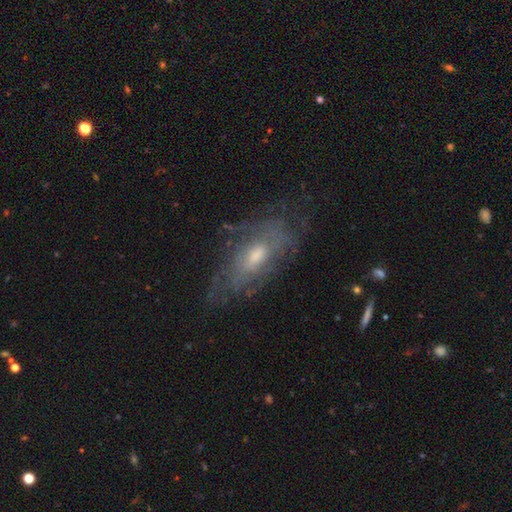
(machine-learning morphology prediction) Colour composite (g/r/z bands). It shows a featured or disk galaxy (67%) with no bar (64%), spiral arms (65%) and a moderate central bulge (59%). Merging: none (65%).